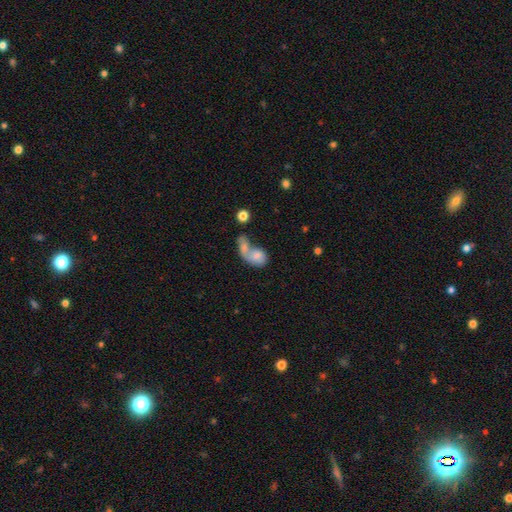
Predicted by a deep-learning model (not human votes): A smooth galaxy with no disk features (70%) that is in between round and cigar-shaped (71%).

Vote fractions:
- Smooth or featured? smooth: 70% / featured or disk: 22% / star or artifact: 8%
- How rounded? in between: 71% / round: 25% / cigar-shaped: 3%
- Merging? merger: 72% / none: 13% / major disturbance: 9% / minor disturbance: 6%